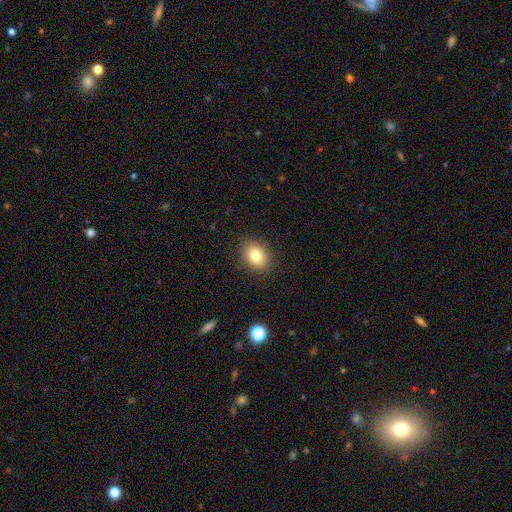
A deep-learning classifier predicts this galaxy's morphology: This appears to be a smooth galaxy with no disk features (82%) that is in between round and cigar-shaped (60%). Merging: none (88%).